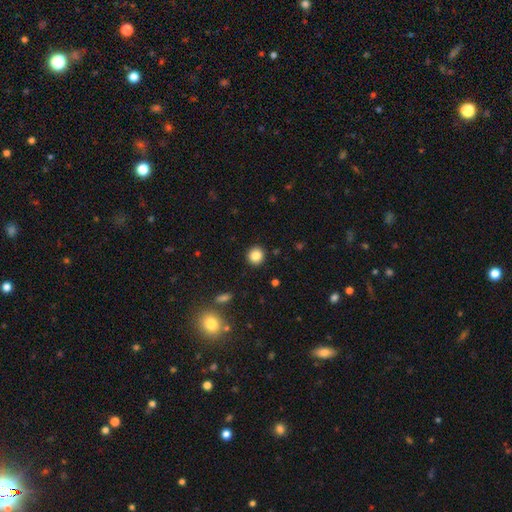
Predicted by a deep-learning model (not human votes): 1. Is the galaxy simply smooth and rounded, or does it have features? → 85% smooth, 10% star or artifact, 5% featured or disk.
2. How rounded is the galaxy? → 90% round, 9% in between, 1% cigar-shaped.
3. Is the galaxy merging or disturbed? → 91% none, 5% minor disturbance, 2% major disturbance, 1% merger.